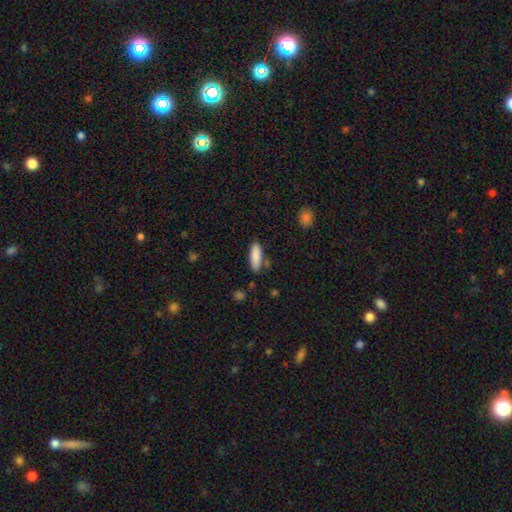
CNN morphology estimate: Q: Smooth or featured?
A: smooth (87%); runner-up: featured or disk (7%)
Q: How rounded?
A: in between (54%); runner-up: cigar-shaped (44%)
Q: Merging?
A: none (79%); runner-up: minor disturbance (14%)